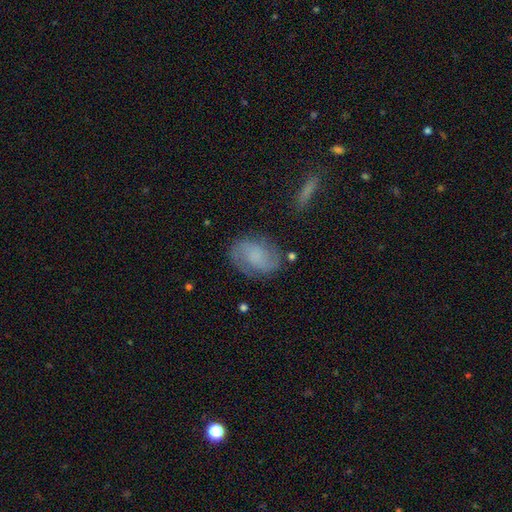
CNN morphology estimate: This appears to be a featured or disk galaxy (64%) with no bar (59%), 2 (84%) medium (46%) spiral arms (92%) and no central bulge (47%). Merging: none (74%).